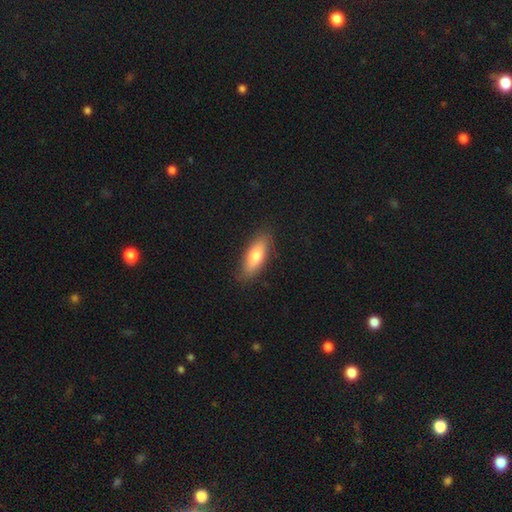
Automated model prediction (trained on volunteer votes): Smooth or featured? Predicted: smooth (p=0.76). How rounded? Predicted: in between (p=0.68). Merging? Predicted: none (p=0.85).